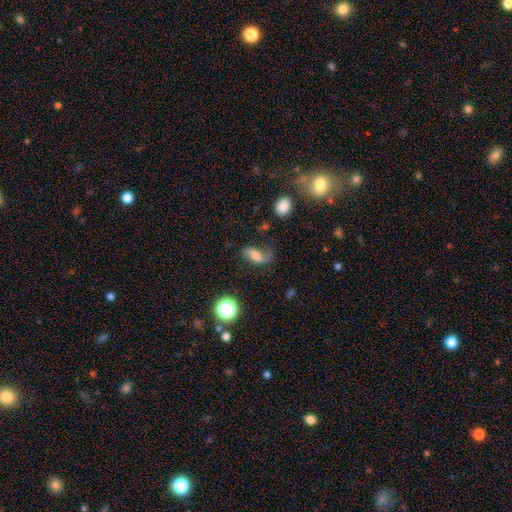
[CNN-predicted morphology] A smooth galaxy with no disk features (51%) that is in between round and cigar-shaped (81%).

Vote fractions:
- Smooth or featured? smooth: 51% / featured or disk: 37% / star or artifact: 12%
- How rounded? in between: 81% / cigar-shaped: 10% / round: 9%
- Merging? none: 50% / minor disturbance: 26% / major disturbance: 19% / merger: 4%